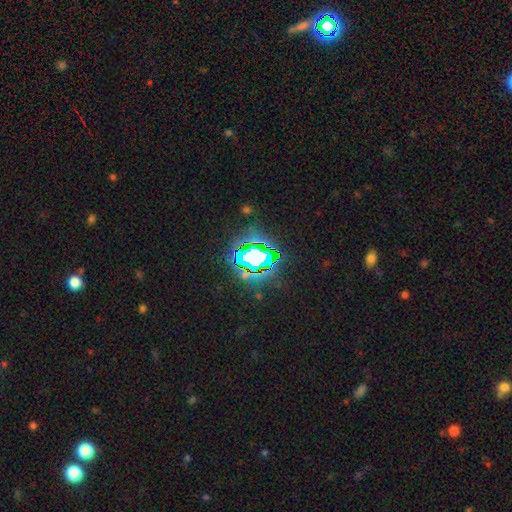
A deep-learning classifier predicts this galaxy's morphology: type=star or artifact (65%).